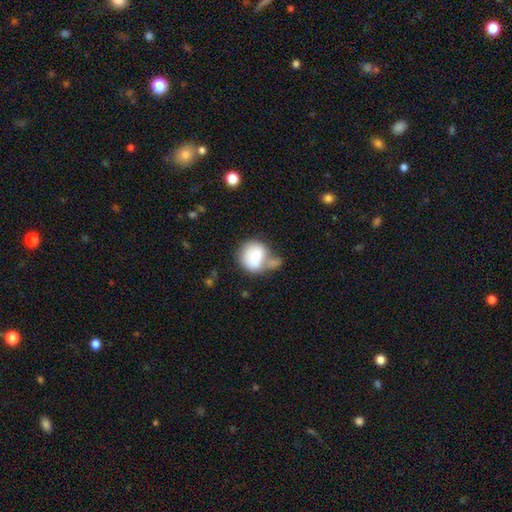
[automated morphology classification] Smooth or featured? Predicted: smooth (p=0.72). How rounded? Predicted: round (p=0.78). Merging? Predicted: merger (p=0.36).